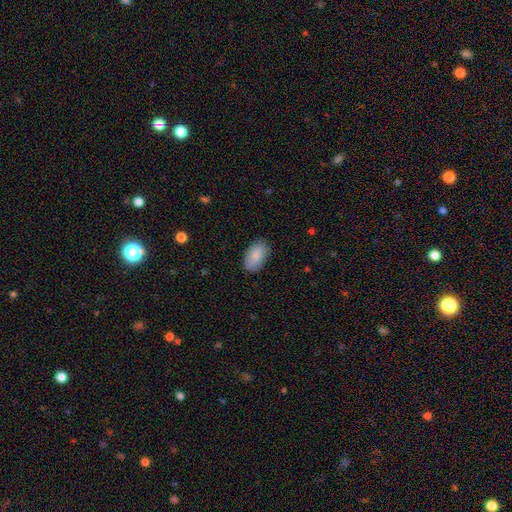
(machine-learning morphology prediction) smooth_or_featured: smooth (p=0.88) [alt: featured or disk p=0.06]
how_rounded: in between (p=0.94) [alt: round p=0.04]
merging: none (p=0.83) [alt: minor disturbance p=0.13]